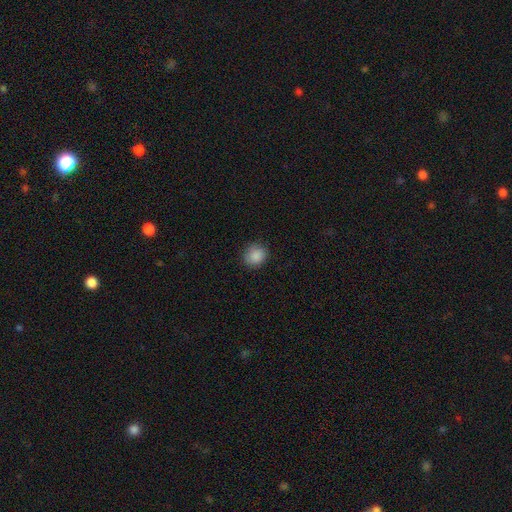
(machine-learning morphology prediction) Smooth or featured?
  - smooth: 88% *
  - star or artifact: 8%
  - featured or disk: 4%
How rounded?
  - round: 77% *
  - in between: 22%
  - cigar-shaped: 1%
Merging?
  - none: 84% *
  - minor disturbance: 12%
  - major disturbance: 3%
  - merger: 1%